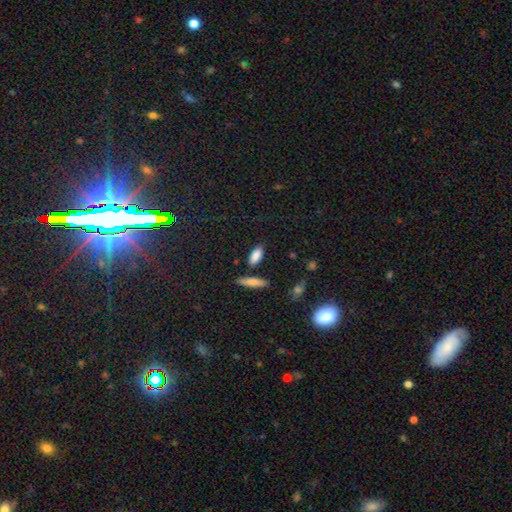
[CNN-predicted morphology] The model was most divided on "how rounded": in between: 75%, cigar-shaped: 21%, round: 4%. More confident: smooth or featured — smooth (86%); merging — none (81%).